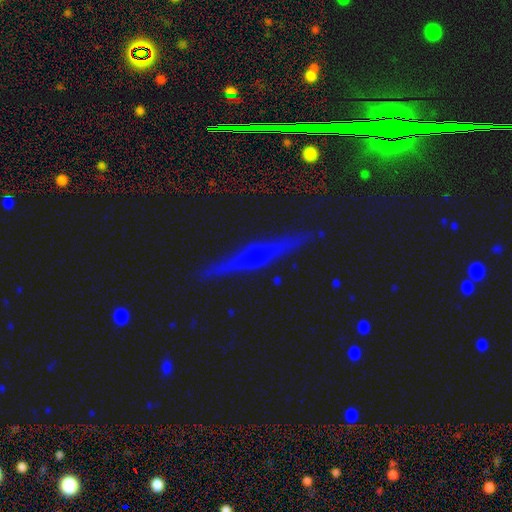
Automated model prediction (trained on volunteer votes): This is likely a featured or disk galaxy (71%). It is clearly viewed edge-on (96%). Edge-on bulge: clearly rounded (86%). Merging: clearly none (90%).